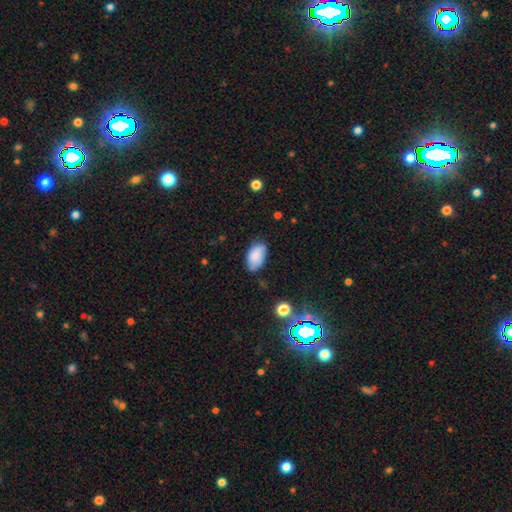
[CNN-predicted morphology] Q: Smooth or featured?
A: smooth (76%); runner-up: featured or disk (16%)
Q: How rounded?
A: in between (94%); runner-up: round (4%)
Q: Merging?
A: none (67%); runner-up: minor disturbance (27%)